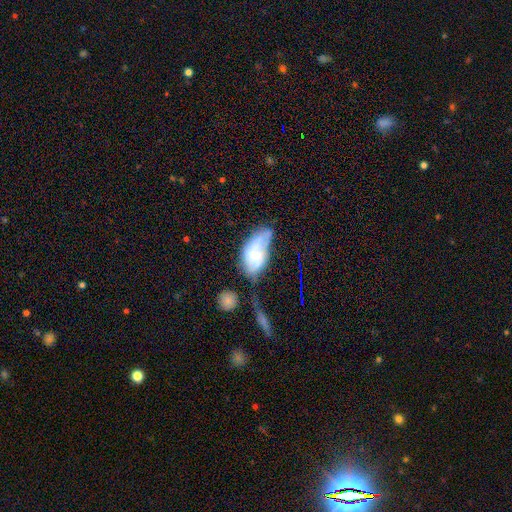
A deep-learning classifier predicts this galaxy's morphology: Smooth or featured: featured or disk — 48% (smooth — 44%)
Merging: none — 29% (tied with minor disturbance — 29%)